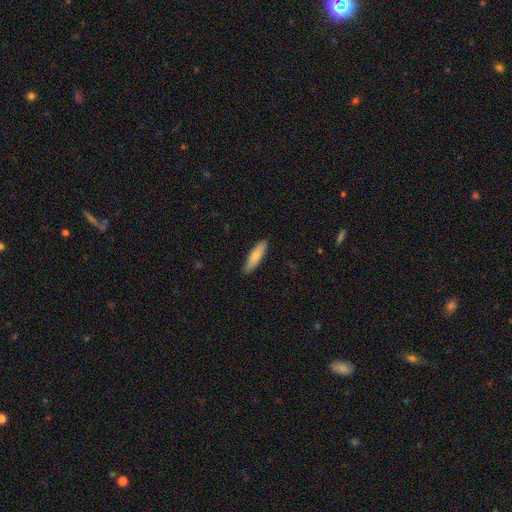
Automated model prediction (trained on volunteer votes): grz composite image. It shows a smooth galaxy with no disk features (82%) that is cigar-shaped (64%). Merging: none (88%).